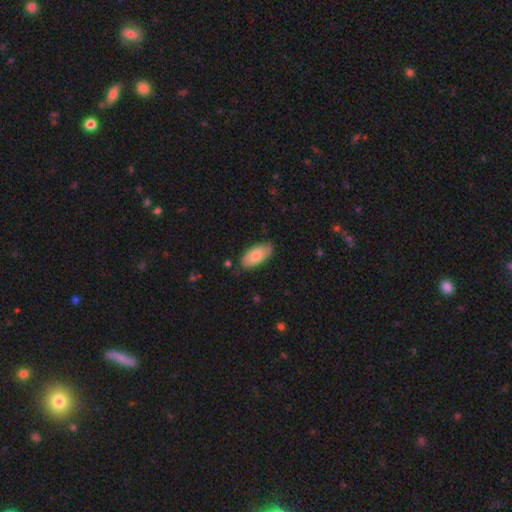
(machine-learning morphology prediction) The model was most divided on "merging": none: 77%, minor disturbance: 19%, major disturbance: 3%, merger: 2%. More confident: how rounded — in between (91%); smooth or featured — smooth (78%).